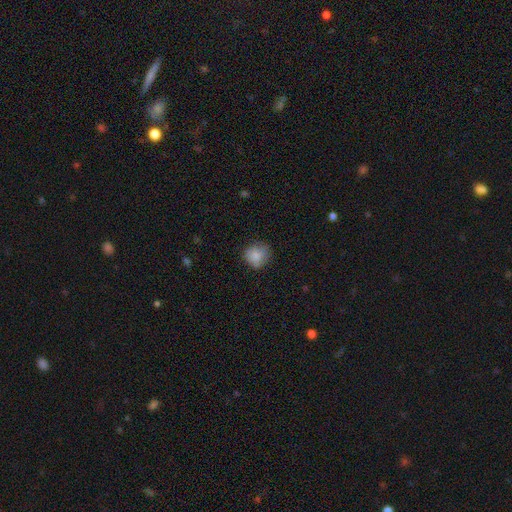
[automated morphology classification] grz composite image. It shows a smooth galaxy with no disk features (83%) that is round (83%). Merging: none (72%).